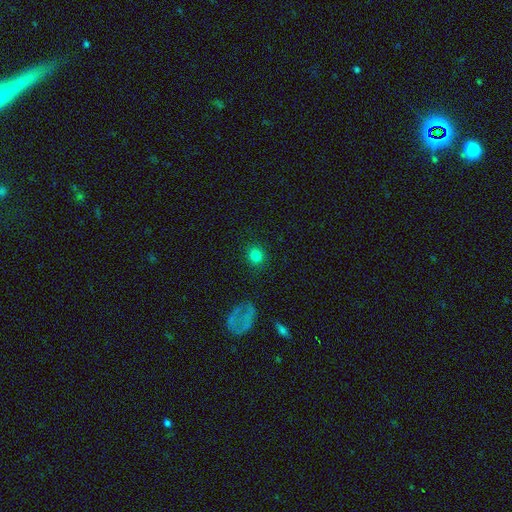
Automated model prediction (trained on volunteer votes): Overall: smooth (82%). How rounded: round (79%). Merging: none (88%).